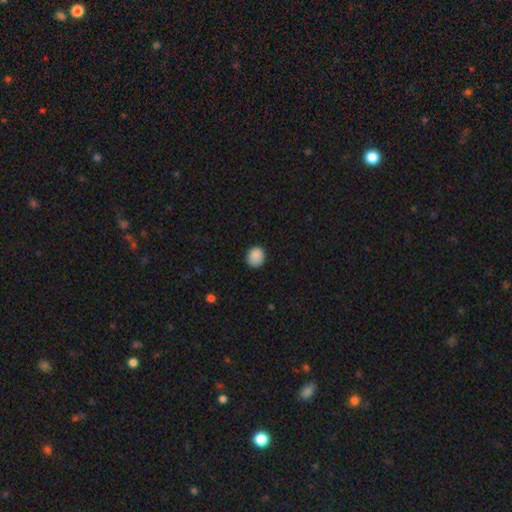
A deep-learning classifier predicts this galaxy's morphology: This is clearly a smooth galaxy (88%). How rounded: clearly round (82%). Merging: clearly none (87%).